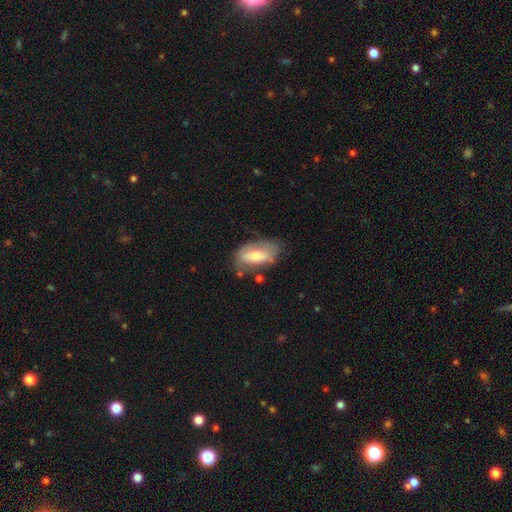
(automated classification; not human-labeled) Smooth or featured? smooth (47%)
Merging? none (60%)